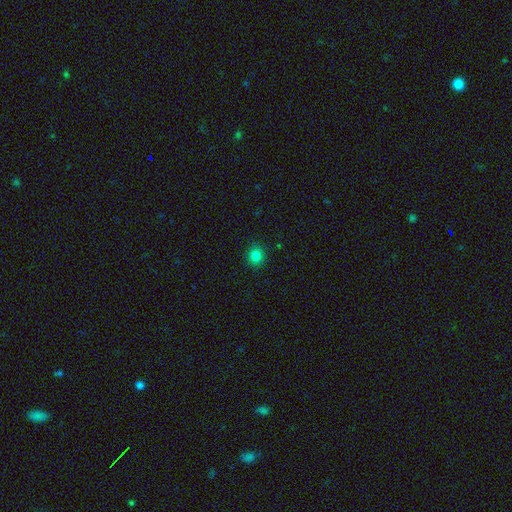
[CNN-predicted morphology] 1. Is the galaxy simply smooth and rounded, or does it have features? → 82% smooth, 13% star or artifact, 5% featured or disk.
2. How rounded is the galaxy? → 83% round, 16% in between, 1% cigar-shaped.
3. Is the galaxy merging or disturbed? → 90% none, 7% minor disturbance, 2% major disturbance, 1% merger.